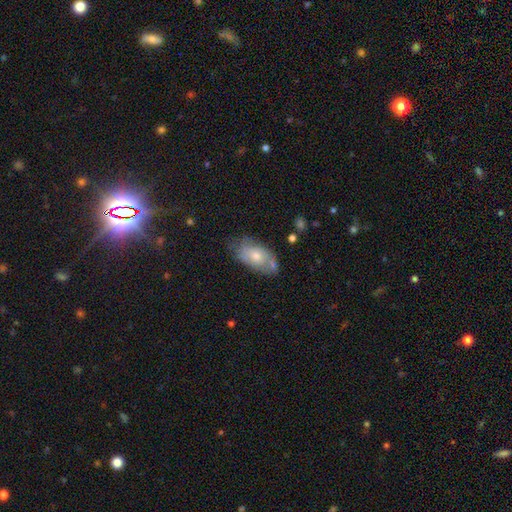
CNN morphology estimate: A smooth galaxy with no disk features (60%) that is in between round and cigar-shaped (92%). Merging: none (52%).